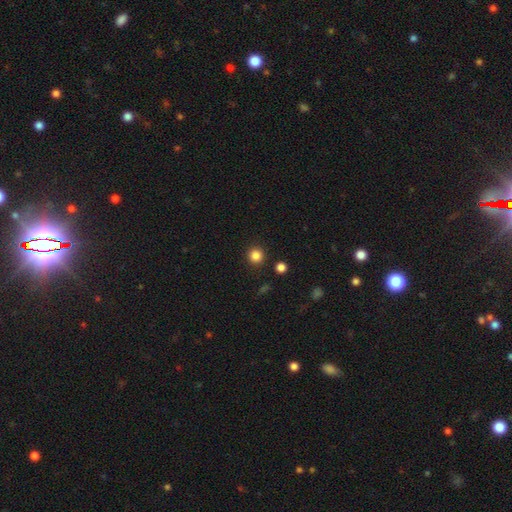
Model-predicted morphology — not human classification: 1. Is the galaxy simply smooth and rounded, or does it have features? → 84% smooth, 12% star or artifact, 4% featured or disk.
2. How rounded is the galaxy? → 95% round, 4% in between, 1% cigar-shaped.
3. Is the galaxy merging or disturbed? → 91% none, 5% minor disturbance, 2% major disturbance, 2% merger.